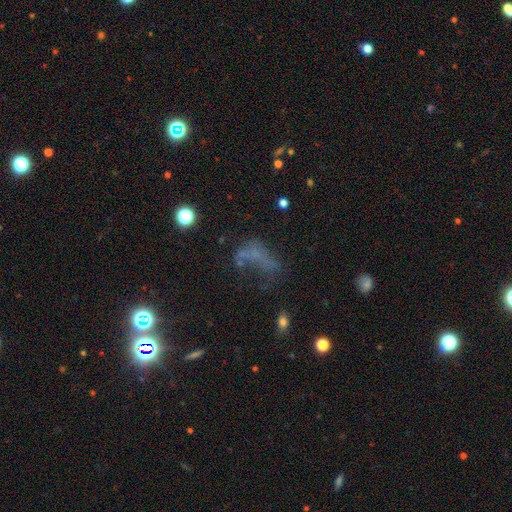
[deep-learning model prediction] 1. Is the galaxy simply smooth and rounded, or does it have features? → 36% smooth, 33% star or artifact, 30% featured or disk.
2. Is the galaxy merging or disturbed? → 39% major disturbance, 33% none, 17% minor disturbance, 11% merger.